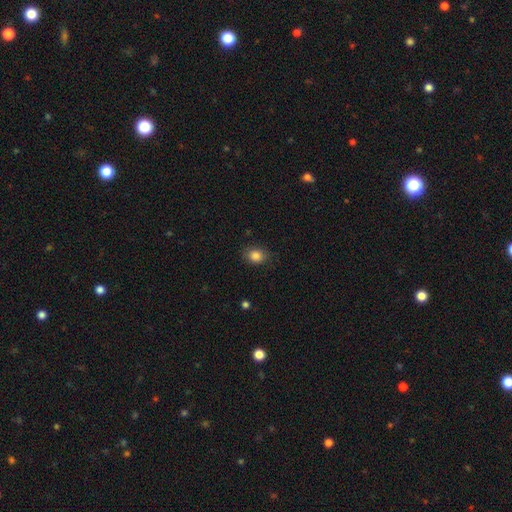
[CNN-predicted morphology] type=smooth (85%); roundness=round (51%); merging=none (82%).